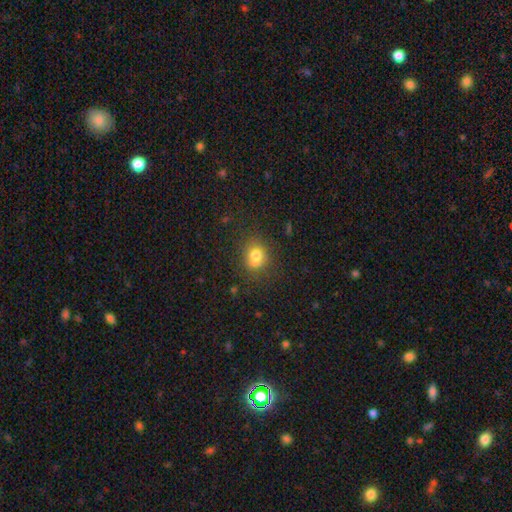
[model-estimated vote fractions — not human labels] Morphology: type=smooth (74%); roundness=round (64%); merging=none (56%).